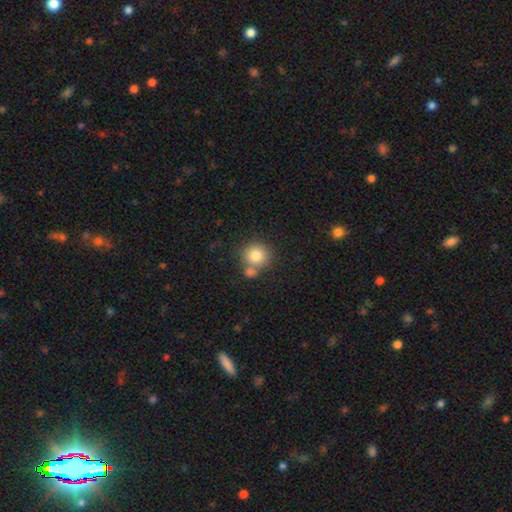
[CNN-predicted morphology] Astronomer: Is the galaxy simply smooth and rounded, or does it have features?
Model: smooth — 81%.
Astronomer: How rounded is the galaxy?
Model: round — 89%.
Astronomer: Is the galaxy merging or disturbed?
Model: none — 57%.